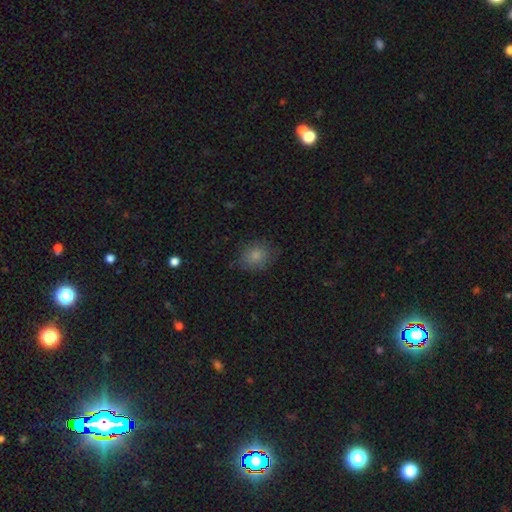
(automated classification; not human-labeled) smooth-or-featured: smooth: 83% | star or artifact: 10% | featured or disk: 7%
  how-rounded: round: 55% | in between: 44% | cigar-shaped: 1%
  merging: none: 77% | minor disturbance: 17% | major disturbance: 5% | merger: 1%